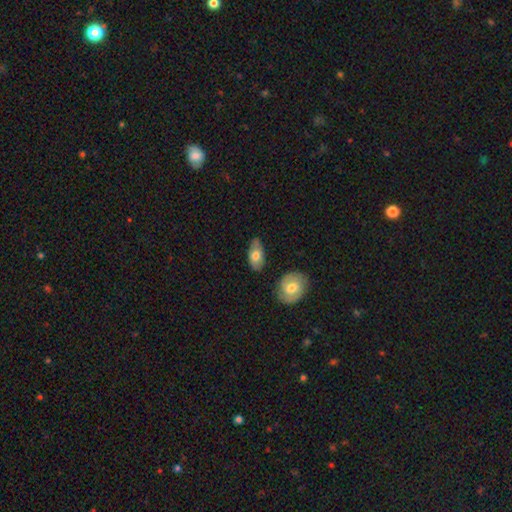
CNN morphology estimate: smooth-or-featured: smooth: 69% | featured or disk: 24% | star or artifact: 6%
  how-rounded: in between: 90% | round: 6% | cigar-shaped: 4%
  merging: none: 71% | minor disturbance: 20% | merger: 5% | major disturbance: 4%